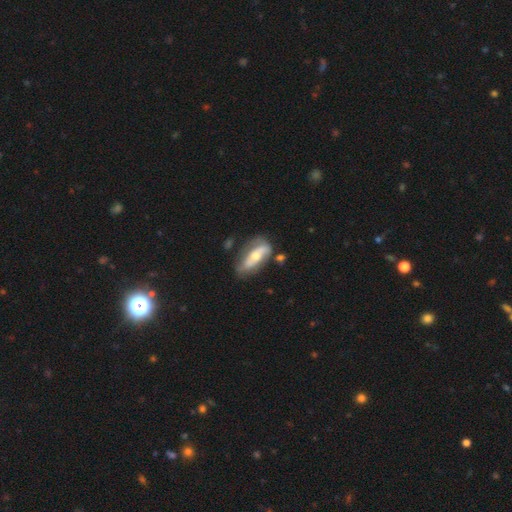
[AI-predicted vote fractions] The model was most divided on "smooth or featured": featured or disk: 60%, smooth: 34%, star or artifact: 6%. More confident: edge-on disk — no (80%); merging — none (53%).